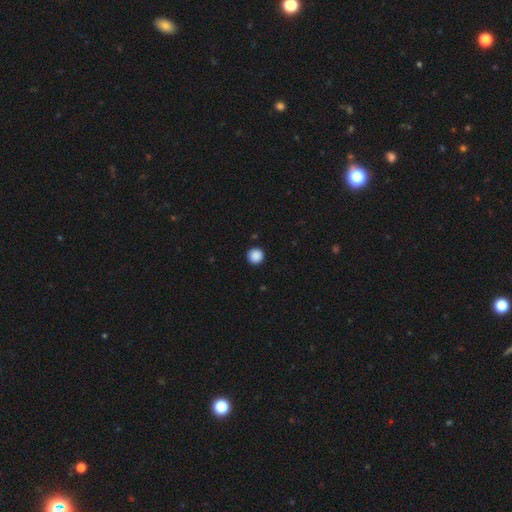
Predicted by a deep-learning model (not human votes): Smooth or featured?
  - smooth: 89% *
  - star or artifact: 9%
  - featured or disk: 2%
How rounded?
  - round: 96% *
  - in between: 3%
  - cigar-shaped: 1%
Merging?
  - none: 93% *
  - minor disturbance: 4%
  - major disturbance: 2%
  - merger: 1%